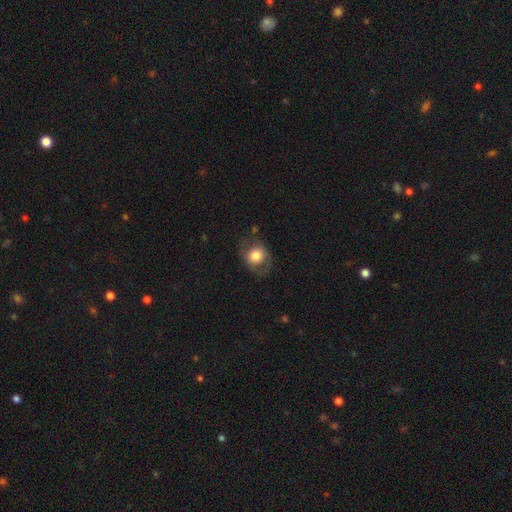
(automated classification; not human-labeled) Smooth or featured? smooth (67%)
How rounded? round (60%)
Merging? none (66%)